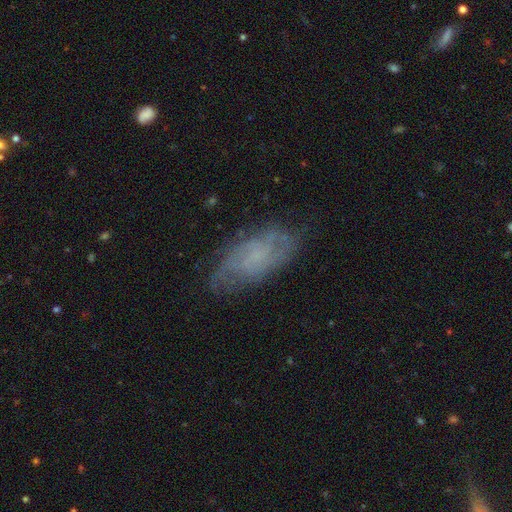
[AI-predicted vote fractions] smooth-or-featured: featured or disk: 56% | smooth: 34% | star or artifact: 10%
  disk-edge-on: no: 91% | yes: 9%
    bar: no: 75% | weak: 21% | strong: 4%
    has-spiral-arms: yes: 72% | no: 28%
    bulge-size: none: 57% | small: 31% | moderate: 10% | large: 2% | dominant: 1%
  merging: none: 68% | minor disturbance: 22% | major disturbance: 9% | merger: 2%